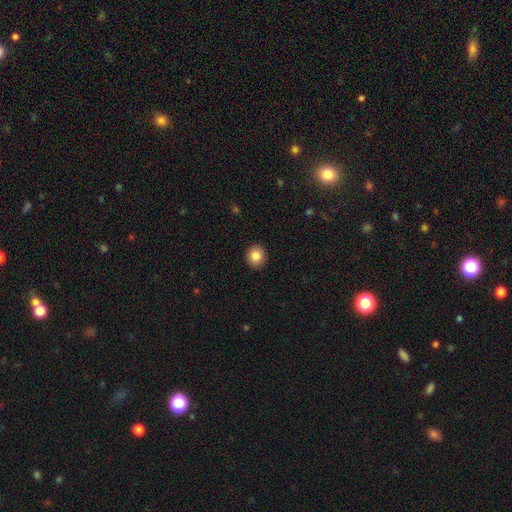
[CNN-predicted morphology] Smooth or featured: smooth — 85% (star or artifact — 9%)
How rounded: round — 86% (in between — 13%)
Merging: none — 92% (minor disturbance — 5%)